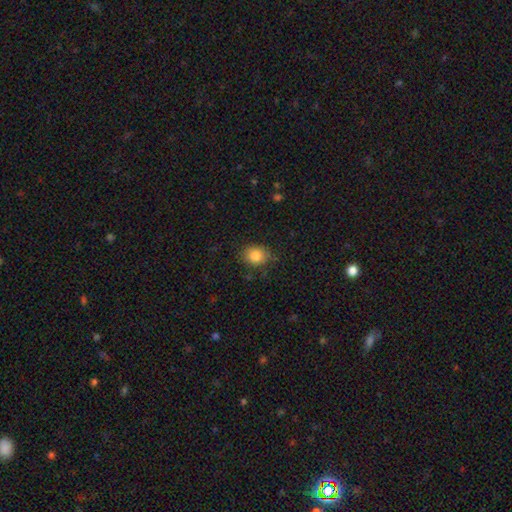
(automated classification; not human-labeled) Smooth or featured? Predicted: smooth (p=0.84). How rounded? Predicted: round (p=0.59). Merging? Predicted: none (p=0.77).